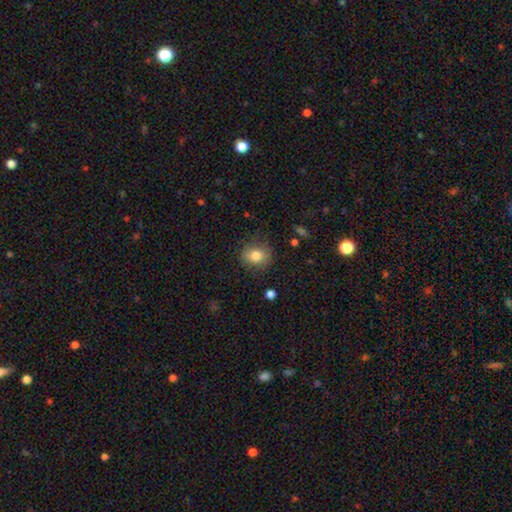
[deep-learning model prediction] This appears to be a smooth galaxy with no disk features (81%) that is round (62%). Merging: none (79%).